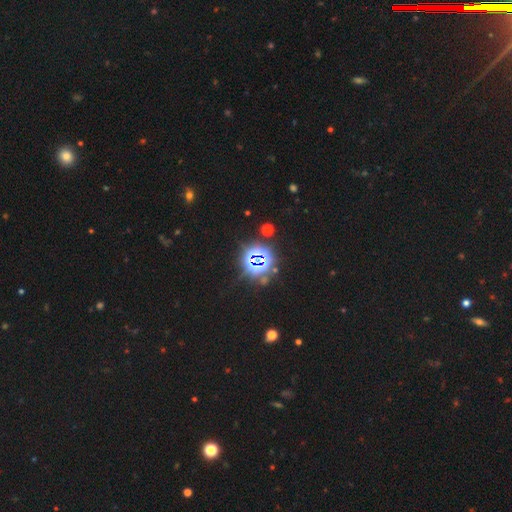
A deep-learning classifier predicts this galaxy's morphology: A star or artifact, not a galaxy (78%).